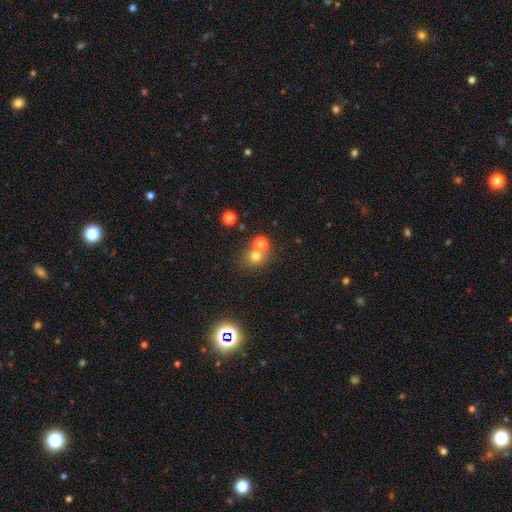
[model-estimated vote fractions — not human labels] This appears to be a smooth galaxy with no disk features (72%) that is round (82%). Merging: none (53%).